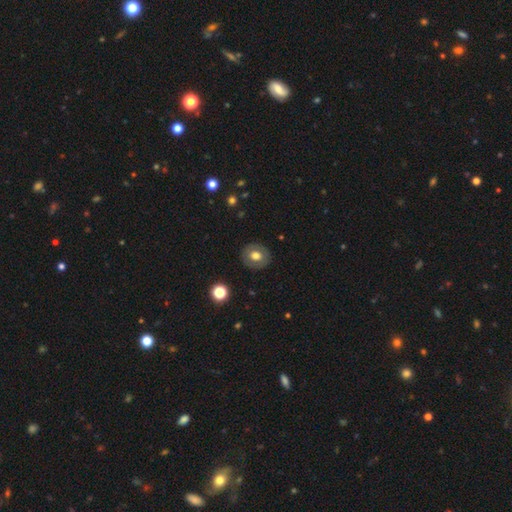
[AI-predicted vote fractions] Morphology: type=smooth (65%); roundness=round (79%); merging=none (88%).